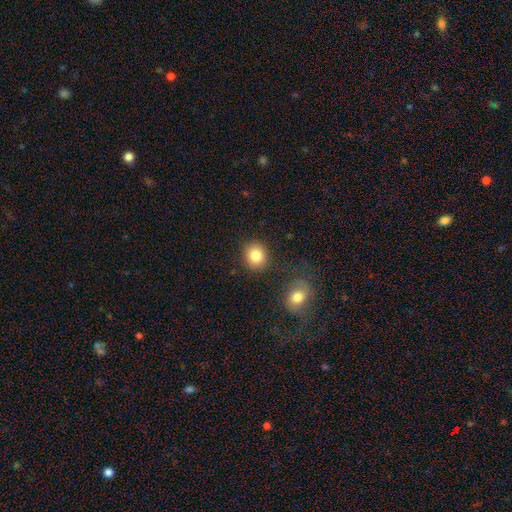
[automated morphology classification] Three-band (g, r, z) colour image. It shows a smooth galaxy with no disk features (85%) that is round (77%). Merging: none (83%).